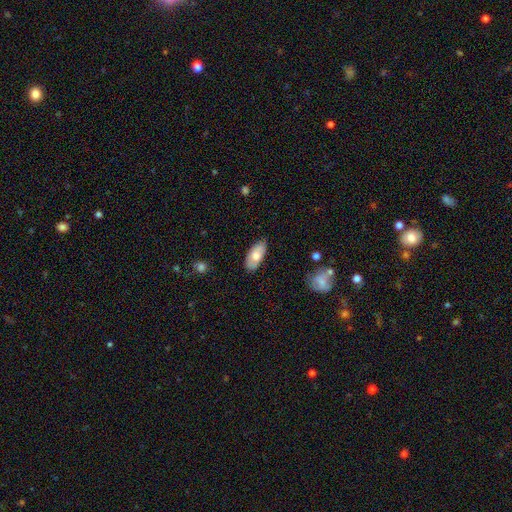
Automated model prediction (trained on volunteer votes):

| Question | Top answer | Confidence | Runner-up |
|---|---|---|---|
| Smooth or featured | smooth | 71% | featured or disk (23%) |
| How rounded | in between | 92% | cigar-shaped (6%) |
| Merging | none | 80% | minor disturbance (16%) |